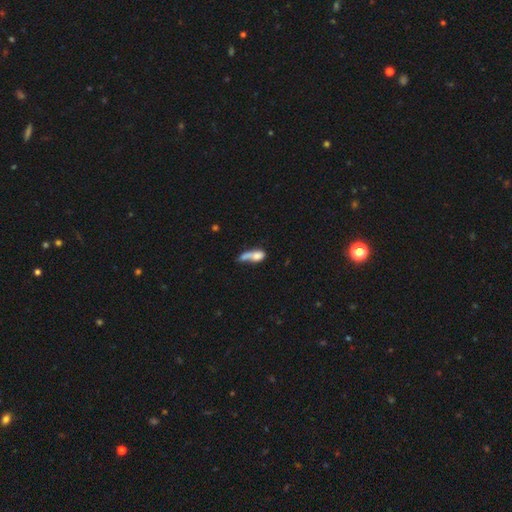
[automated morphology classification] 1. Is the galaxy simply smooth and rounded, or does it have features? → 63% smooth, 27% featured or disk, 10% star or artifact.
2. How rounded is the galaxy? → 64% in between, 21% cigar-shaped, 15% round.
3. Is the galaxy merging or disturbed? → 42% merger, 23% major disturbance, 20% none, 15% minor disturbance.